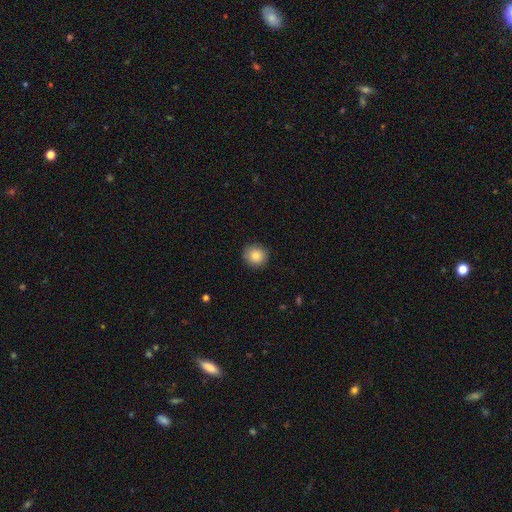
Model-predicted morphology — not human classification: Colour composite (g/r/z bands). It shows a smooth galaxy with no disk features (86%) that is round (89%). Merging: none (89%).